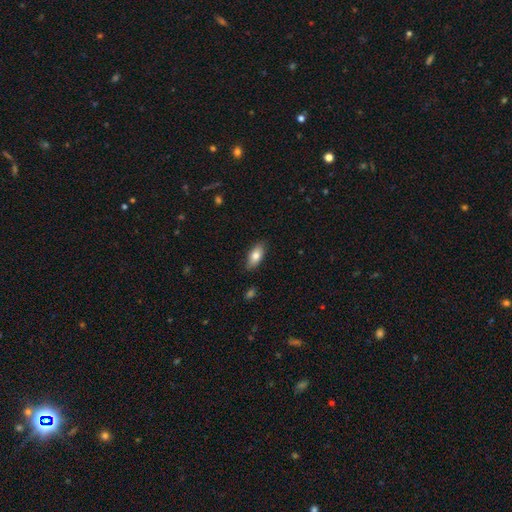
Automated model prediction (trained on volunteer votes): A smooth galaxy with no disk features (78%) that is in between round and cigar-shaped (87%). Merging: none (84%).